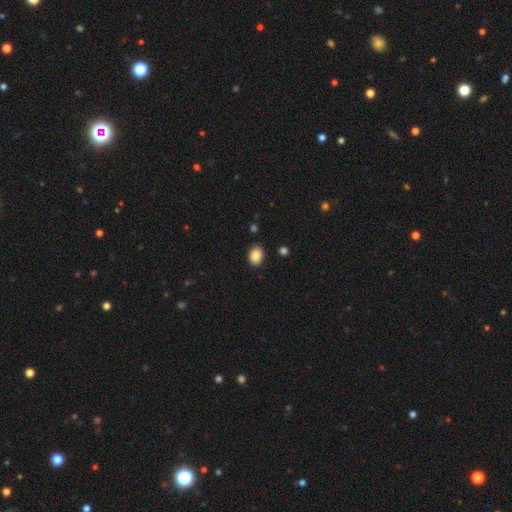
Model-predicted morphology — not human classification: Smooth or featured? smooth (88%)
How rounded? in between (68%)
Merging? none (85%)